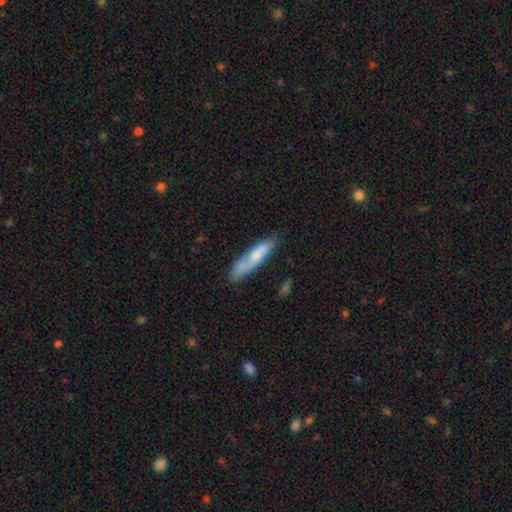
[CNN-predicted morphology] Q: Smooth or featured?
A: smooth (63%); runner-up: featured or disk (31%)
Q: How rounded?
A: cigar-shaped (78%); runner-up: in between (21%)
Q: Merging?
A: none (69%); runner-up: minor disturbance (21%)